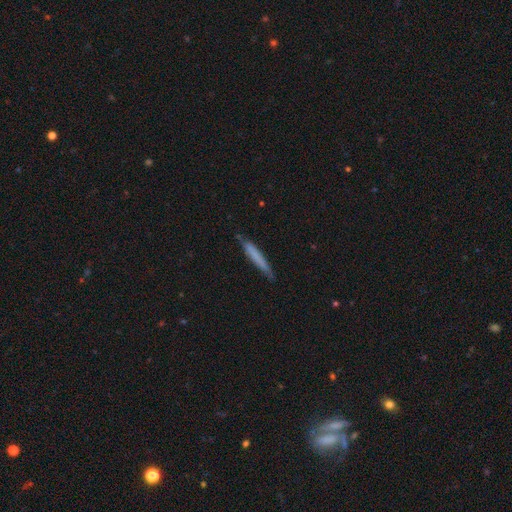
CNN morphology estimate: This is likely a smooth galaxy (67%). How rounded: clearly cigar-shaped (96%). Merging: clearly none (82%).